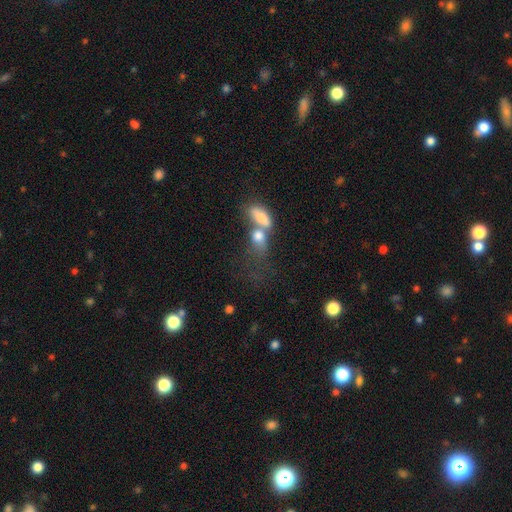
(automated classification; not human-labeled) A smooth galaxy with no disk features (54%) that is in between round and cigar-shaped (59%). Merging: merger (54%).